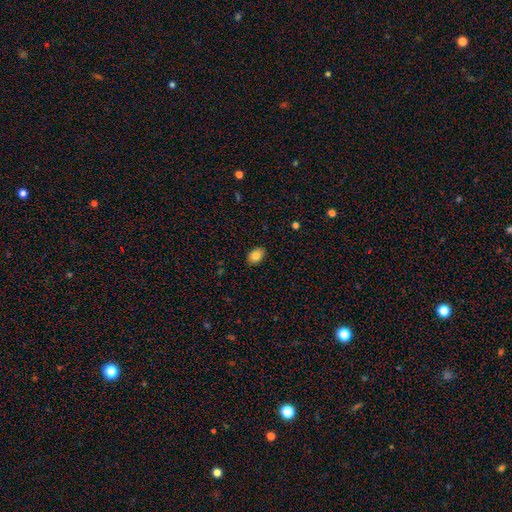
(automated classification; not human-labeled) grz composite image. It shows a smooth galaxy with no disk features (83%) that is in between round and cigar-shaped (79%). Merging: none (88%).